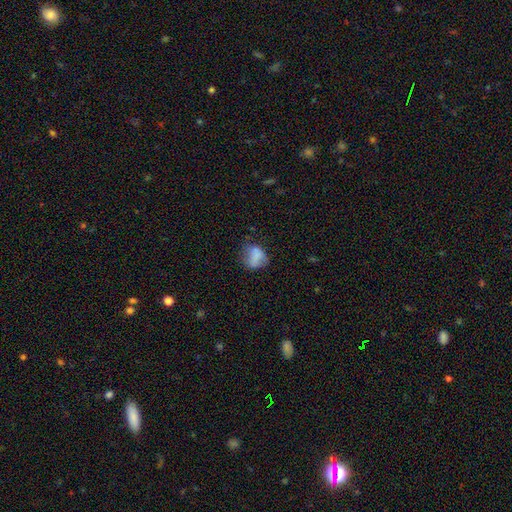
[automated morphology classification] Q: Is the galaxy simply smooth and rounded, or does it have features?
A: smooth — 71%.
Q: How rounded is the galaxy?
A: in between — 53%.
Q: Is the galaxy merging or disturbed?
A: none — 46%.